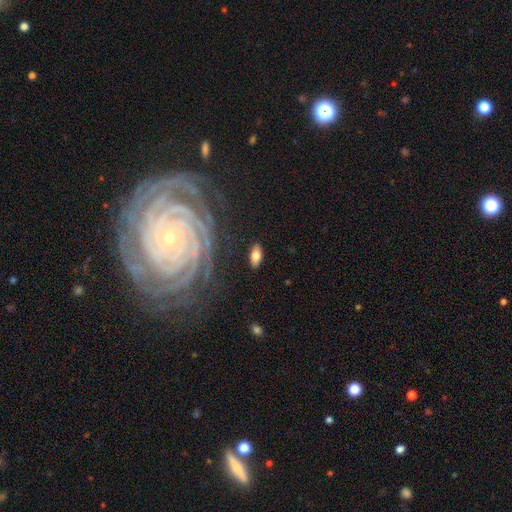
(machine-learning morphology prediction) smooth_or_featured: smooth (p=0.69) [alt: featured or disk p=0.23]
how_rounded: in between (p=0.87) [alt: cigar-shaped p=0.09]
merging: none (p=0.84) [alt: minor disturbance p=0.11]